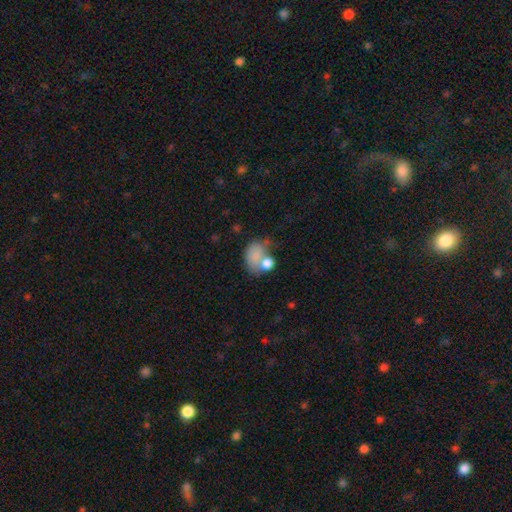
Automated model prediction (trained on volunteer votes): Q: Smooth or featured?
A: smooth (78%); runner-up: featured or disk (12%)
Q: How rounded?
A: in between (69%); runner-up: round (30%)
Q: Merging?
A: merger (37%); runner-up: none (31%)